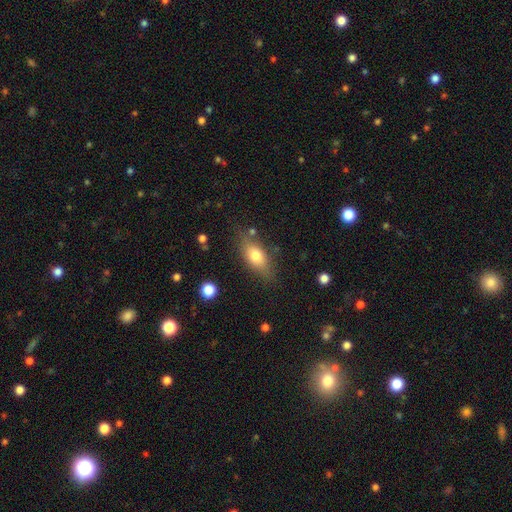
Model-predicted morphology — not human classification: Smooth or featured?
  - smooth: 70% *
  - featured or disk: 22%
  - star or artifact: 8%
How rounded?
  - in between: 79% *
  - cigar-shaped: 13%
  - round: 7%
Merging?
  - none: 72% *
  - minor disturbance: 18%
  - major disturbance: 6%
  - merger: 4%